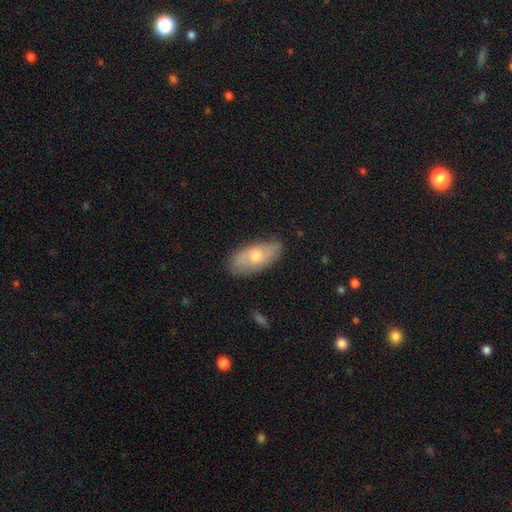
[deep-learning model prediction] Overall: smooth (55%; featured or disk 38%). How rounded: in between (89%). Merging: none (77%).